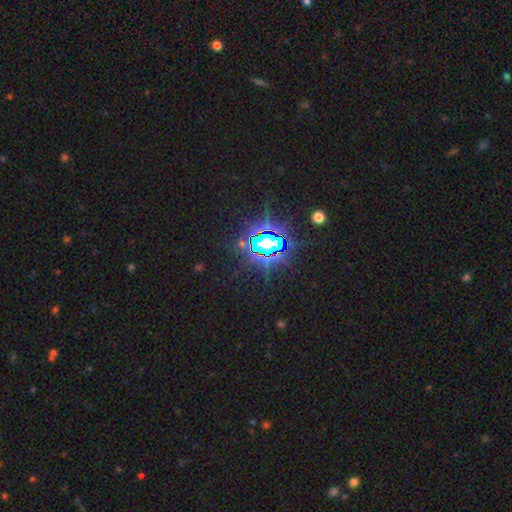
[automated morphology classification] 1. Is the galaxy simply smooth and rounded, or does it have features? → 81% star or artifact, 10% smooth, 9% featured or disk.